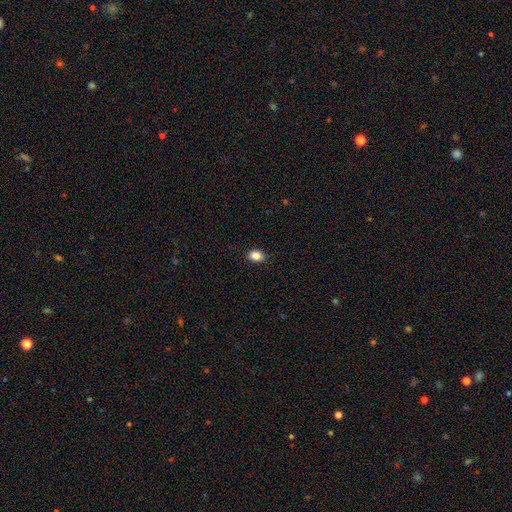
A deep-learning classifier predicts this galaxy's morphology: smooth-or-featured: smooth: 86% | star or artifact: 10% | featured or disk: 4%
  how-rounded: in between: 68% | round: 31% | cigar-shaped: 1%
  merging: none: 89% | minor disturbance: 8% | major disturbance: 2% | merger: 1%